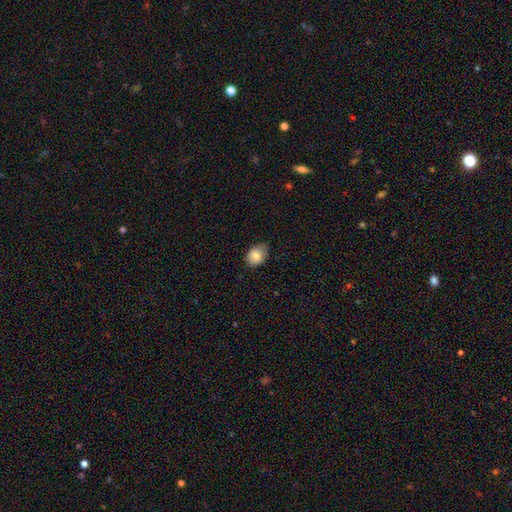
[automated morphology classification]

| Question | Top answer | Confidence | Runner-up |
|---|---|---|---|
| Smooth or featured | smooth | 80% | featured or disk (11%) |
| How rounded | in between | 65% | round (33%) |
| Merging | none | 63% | minor disturbance (30%) |